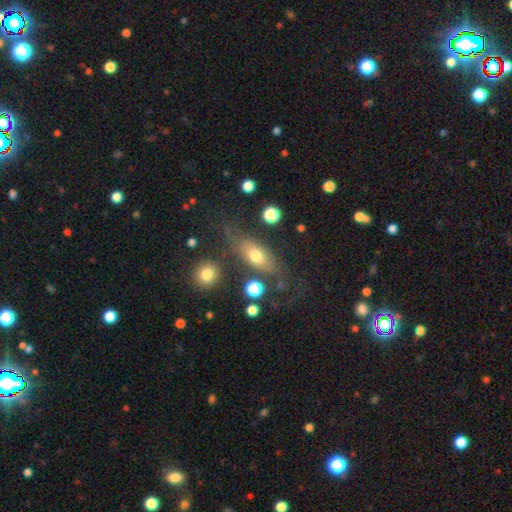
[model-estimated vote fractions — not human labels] This appears to be a smooth galaxy with no disk features (64%) that is in between round and cigar-shaped (74%). Merging: none (64%).